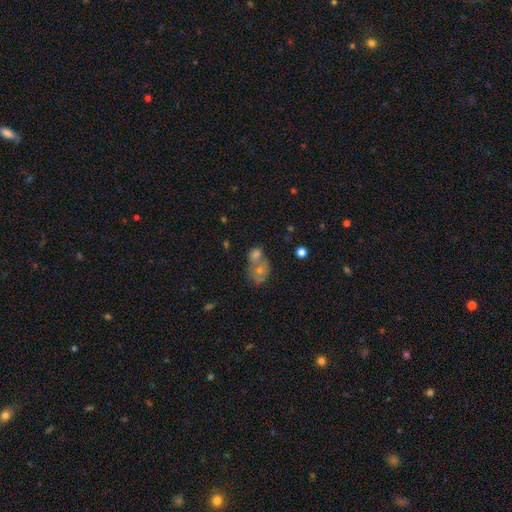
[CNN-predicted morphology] This appears to be a smooth galaxy with no disk features (58%) that is in between round and cigar-shaped (57%). Merging: merger (56%).